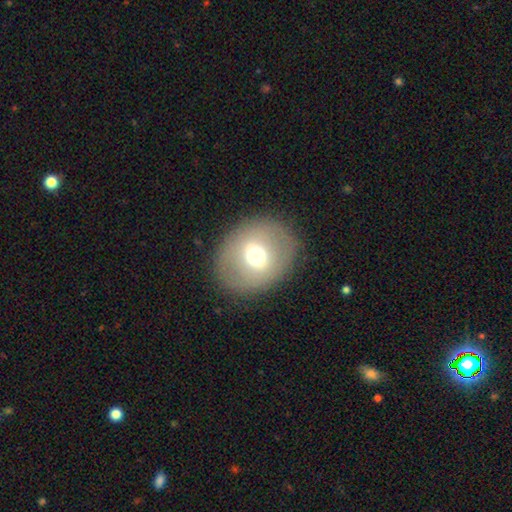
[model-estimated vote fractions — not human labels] Smooth or featured?
  - smooth: 56% *
  - featured or disk: 34%
  - star or artifact: 11%
How rounded?
  - round: 69% *
  - in between: 30%
  - cigar-shaped: 1%
Merging?
  - none: 85% *
  - minor disturbance: 9%
  - major disturbance: 5%
  - merger: 1%